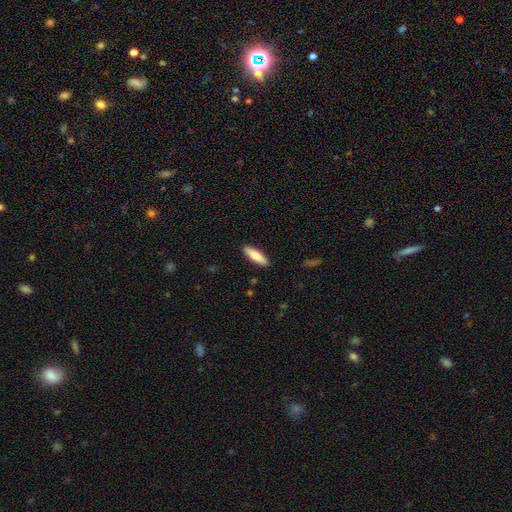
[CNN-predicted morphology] This is likely a smooth galaxy (74%). How rounded: possibly cigar-shaped (56%). Merging: clearly none (90%).